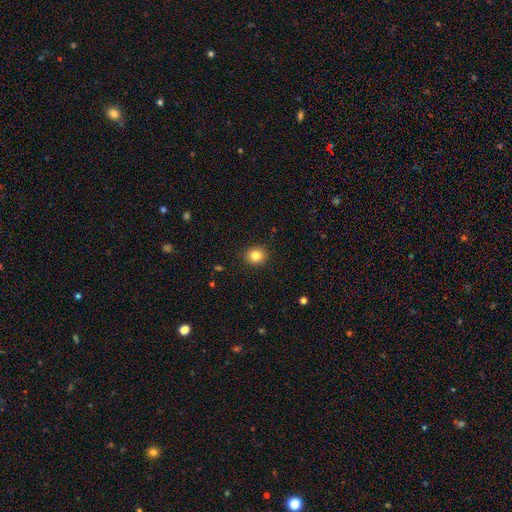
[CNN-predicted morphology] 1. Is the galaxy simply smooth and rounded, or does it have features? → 84% smooth, 11% star or artifact, 6% featured or disk.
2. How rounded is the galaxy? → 86% round, 13% in between, 1% cigar-shaped.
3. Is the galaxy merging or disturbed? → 91% none, 6% minor disturbance, 2% major disturbance, 1% merger.